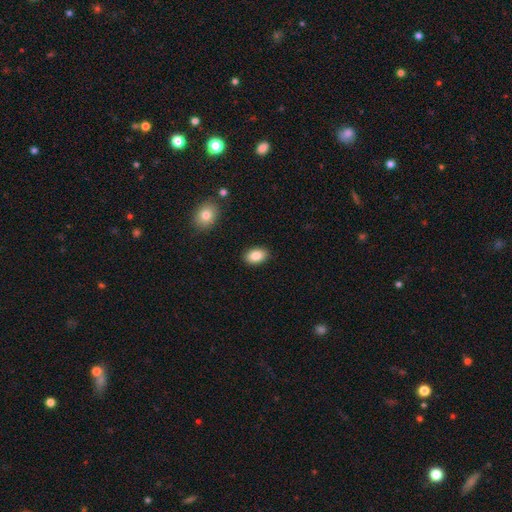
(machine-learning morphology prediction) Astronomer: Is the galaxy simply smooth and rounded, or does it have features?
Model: smooth — 86%.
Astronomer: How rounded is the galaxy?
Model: in between — 90%.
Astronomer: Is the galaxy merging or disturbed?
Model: none — 89%.